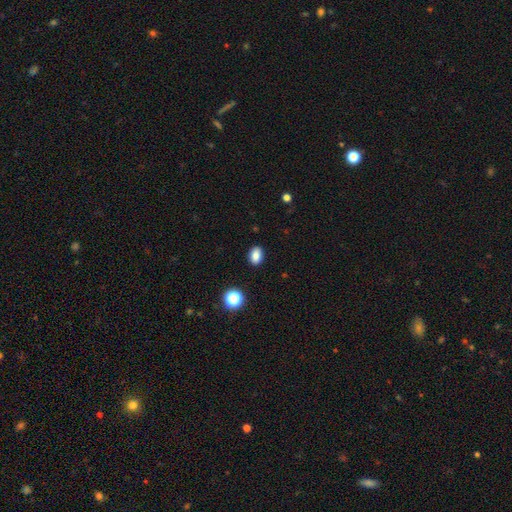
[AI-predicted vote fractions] Smooth or featured: smooth — 84% (star or artifact — 11%)
How rounded: in between — 77% (round — 22%)
Merging: none — 89% (minor disturbance — 7%)